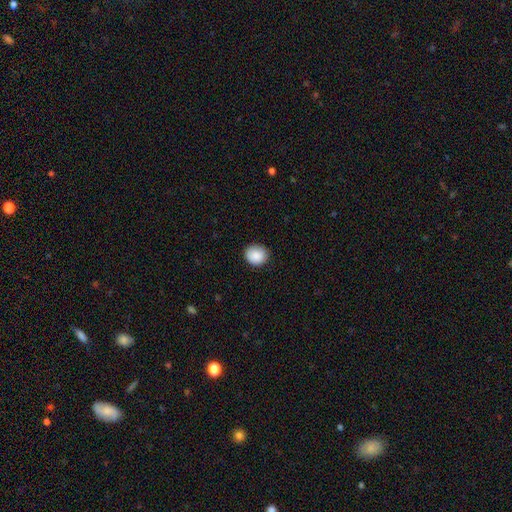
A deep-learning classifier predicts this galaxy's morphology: Smooth or featured: smooth — 88% (star or artifact — 8%)
How rounded: round — 81% (in between — 18%)
Merging: none — 86% (minor disturbance — 11%)